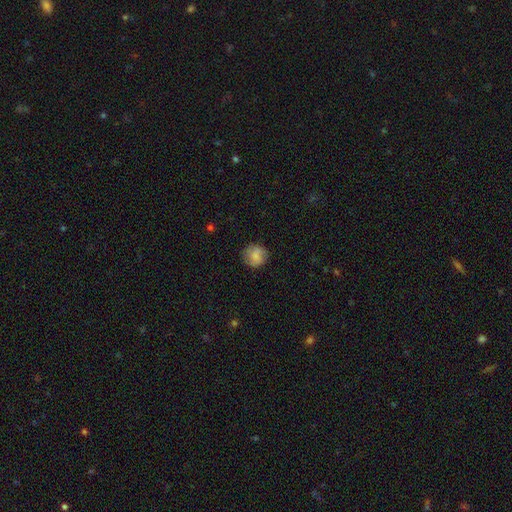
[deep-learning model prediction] This appears to be a smooth galaxy with no disk features (71%) that is round (88%). Merging: none (80%).